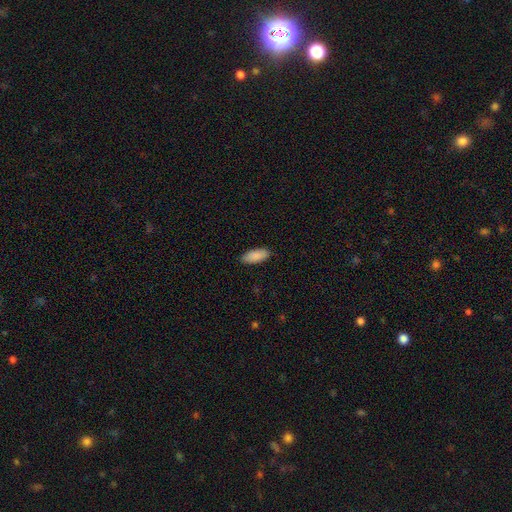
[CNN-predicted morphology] type=smooth (90%); roundness=in between (82%); merging=none (88%).